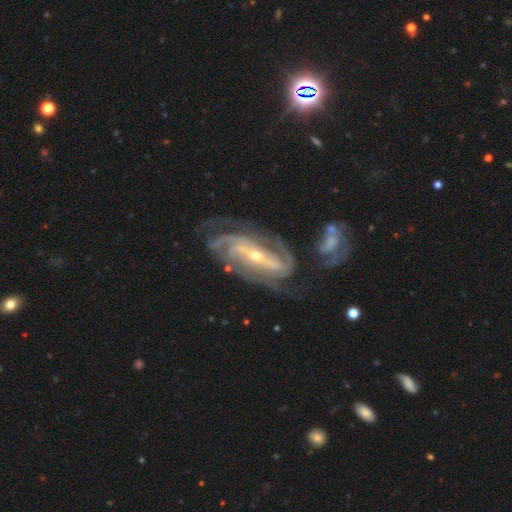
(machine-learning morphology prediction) Overall: featured or disk (92%). Edge-on disk: no (95%). Bar: strong (58%; weak 25%). Spiral arms: yes (98%). Spiral arm count: 2 (31%; 3 26%). Spiral winding: tight (55%; medium 37%). Bulge size: small (66%; moderate 30%). Merging: none (60%).